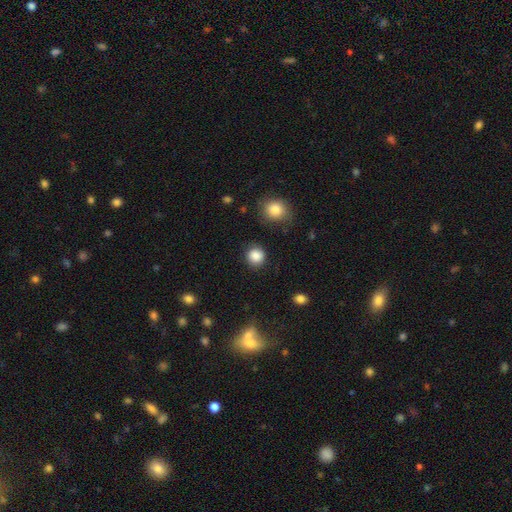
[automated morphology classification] A smooth galaxy with no disk features (86%) that is round (88%). Merging: none (85%).